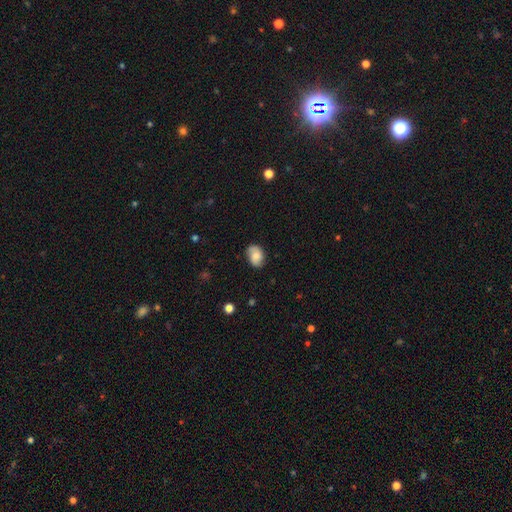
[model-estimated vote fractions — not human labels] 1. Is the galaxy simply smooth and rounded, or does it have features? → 63% smooth, 28% featured or disk, 9% star or artifact.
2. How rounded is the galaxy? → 81% in between, 17% round, 1% cigar-shaped.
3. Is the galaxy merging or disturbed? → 75% none, 20% minor disturbance, 4% major disturbance, 1% merger.